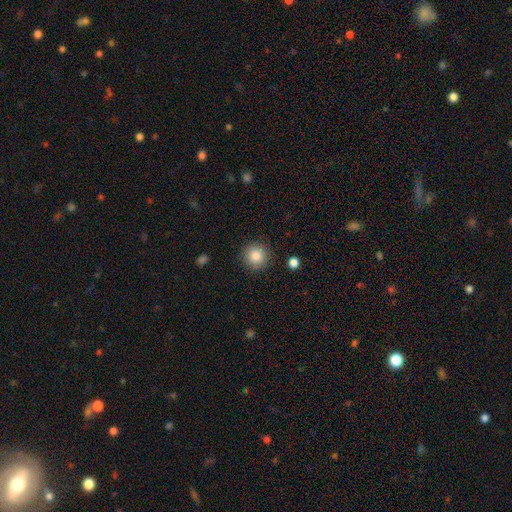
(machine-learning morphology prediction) Smooth or featured? smooth (85%)
How rounded? round (94%)
Merging? none (90%)